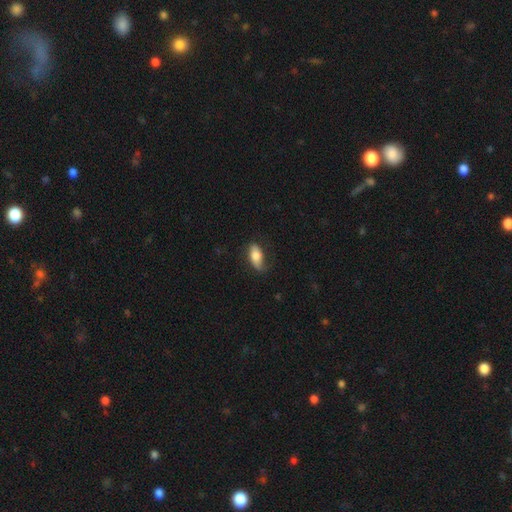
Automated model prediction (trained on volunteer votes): A smooth galaxy with no disk features (67%) that is in between round and cigar-shaped (86%).

Vote fractions:
- Smooth or featured? smooth: 67% / featured or disk: 27% / star or artifact: 7%
- How rounded? in between: 86% / cigar-shaped: 10% / round: 4%
- Merging? none: 59% / minor disturbance: 27% / major disturbance: 13% / merger: 2%